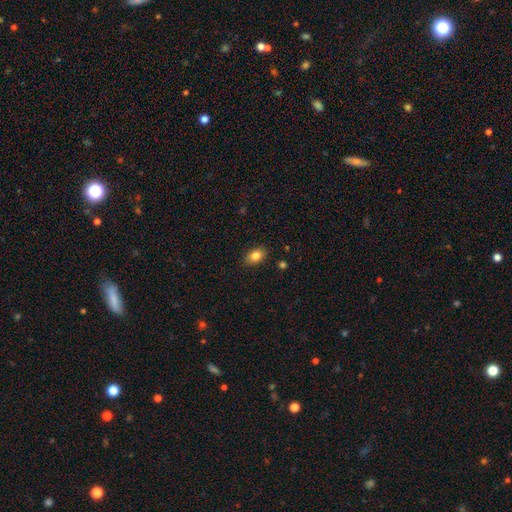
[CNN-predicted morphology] Smooth or featured? Predicted: smooth (p=0.84). How rounded? Predicted: in between (p=0.85). Merging? Predicted: none (p=0.87).